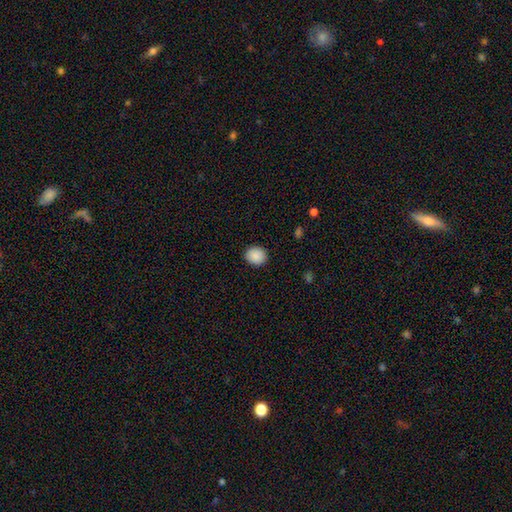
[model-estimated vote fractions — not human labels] smooth_or_featured: smooth (p=0.89) [alt: star or artifact p=0.08]
how_rounded: round (p=0.69) [alt: in between p=0.30]
merging: none (p=0.90) [alt: minor disturbance p=0.07]